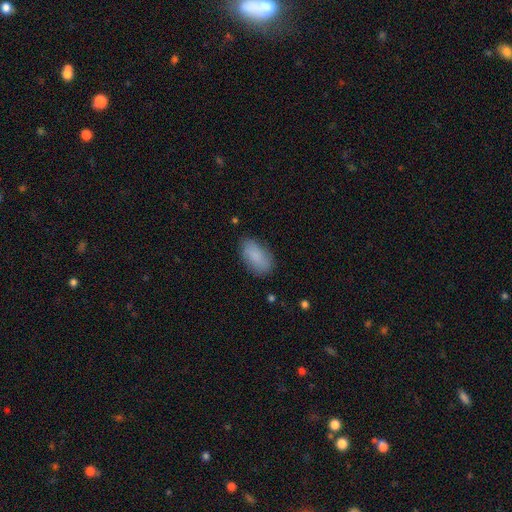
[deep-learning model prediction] A smooth galaxy with no disk features (86%) that is in between round and cigar-shaped (93%). Merging: none (79%).